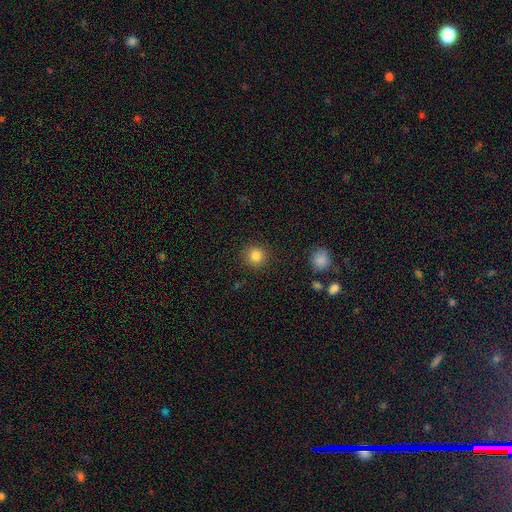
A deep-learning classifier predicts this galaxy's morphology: This is clearly a smooth galaxy (83%). How rounded: clearly round (92%). Merging: clearly none (90%).